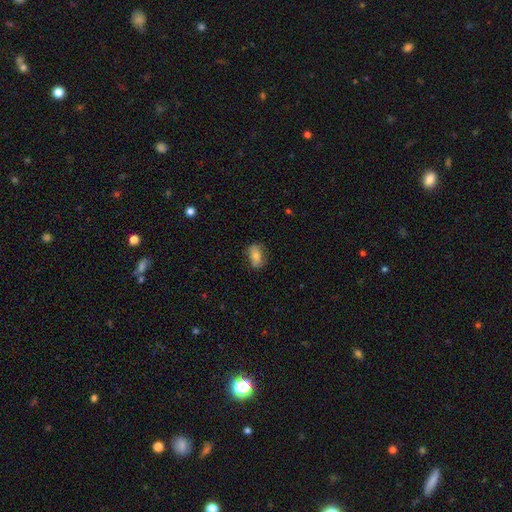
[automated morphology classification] smooth_or_featured: smooth (p=0.68) [alt: featured or disk p=0.24]
how_rounded: in between (p=0.80) [alt: round p=0.16]
merging: none (p=0.74) [alt: minor disturbance p=0.20]